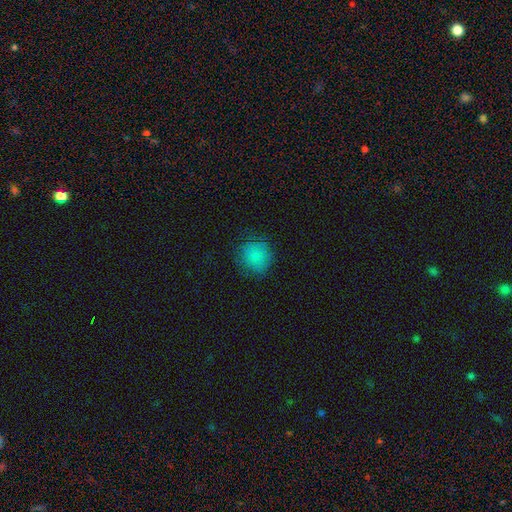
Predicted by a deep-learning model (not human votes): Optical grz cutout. It shows a smooth galaxy with no disk features (83%) that is round (90%). Merging: none (80%).